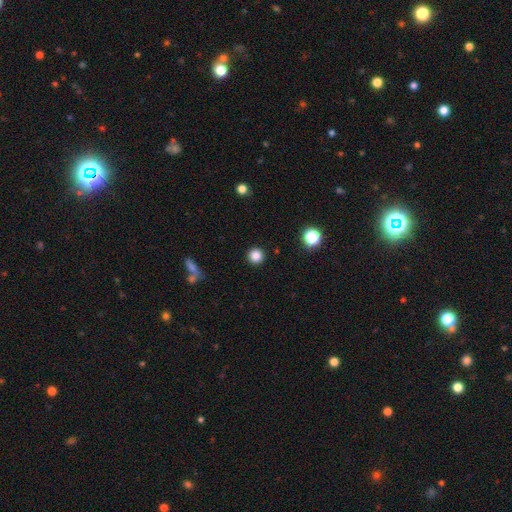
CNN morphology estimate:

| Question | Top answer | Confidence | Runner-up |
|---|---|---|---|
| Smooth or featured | smooth | 84% | star or artifact (12%) |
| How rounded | round | 95% | in between (4%) |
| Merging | none | 92% | minor disturbance (5%) |